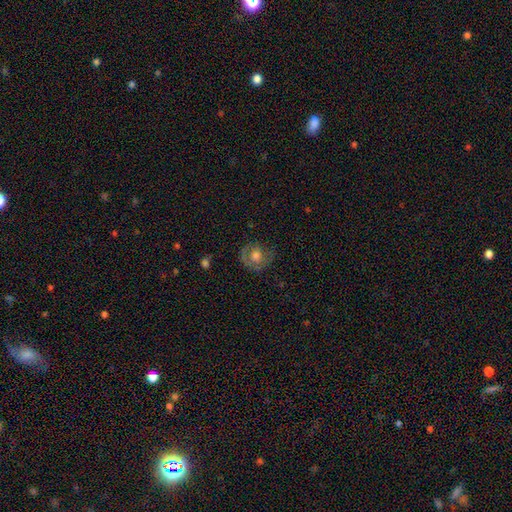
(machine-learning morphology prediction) Overall: smooth (50%; featured or disk 41%). How rounded: round (80%). Merging: none (66%).